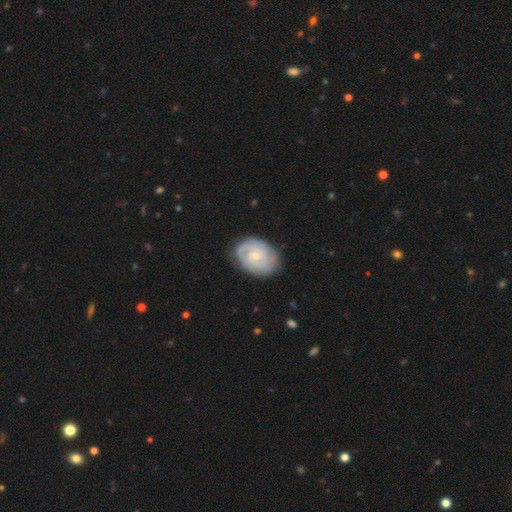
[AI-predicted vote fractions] Smooth or featured? featured or disk (77%)
Edge-on disk? no (98%)
Bar? no (66%)
Spiral arms? yes (94%)
Spiral winding? tight (67%)
Spiral arm count? 2 (39%)
Bulge size? small (72%)
Merging? none (79%)